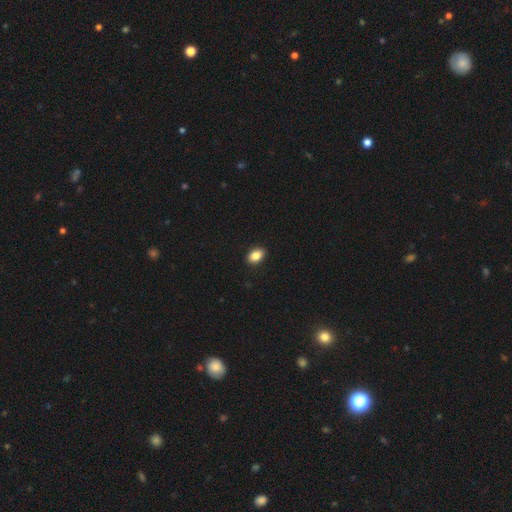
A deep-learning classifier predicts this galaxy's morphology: Overall: smooth (86%). How rounded: in between (84%). Merging: none (91%).